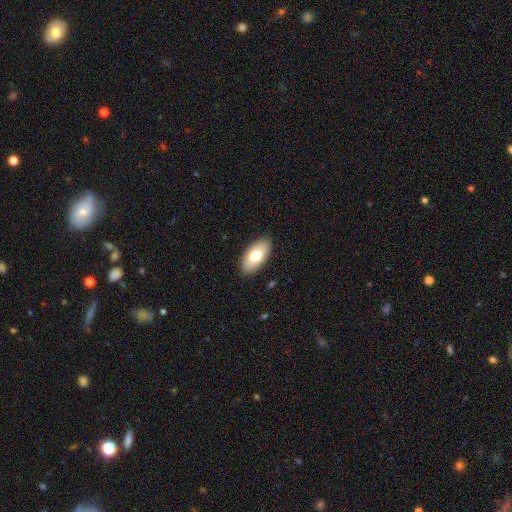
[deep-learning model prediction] This is likely a smooth galaxy (75%). How rounded: clearly in between (94%). Merging: clearly none (89%).